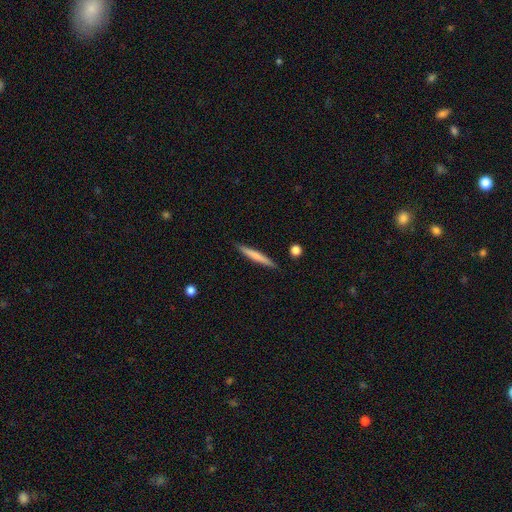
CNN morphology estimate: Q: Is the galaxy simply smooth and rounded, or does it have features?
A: smooth — 66%.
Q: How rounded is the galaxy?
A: cigar-shaped — 95%.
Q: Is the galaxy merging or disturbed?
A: none — 89%.